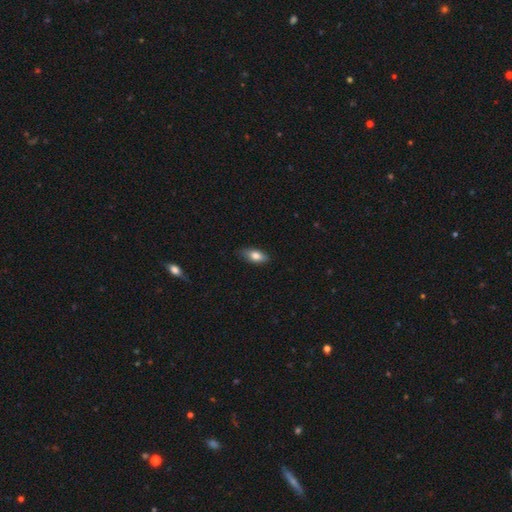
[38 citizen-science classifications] Smooth or featured? 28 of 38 (74%) said smooth. How rounded? 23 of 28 (82%) said in between. Merging? 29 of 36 (81%) said none.